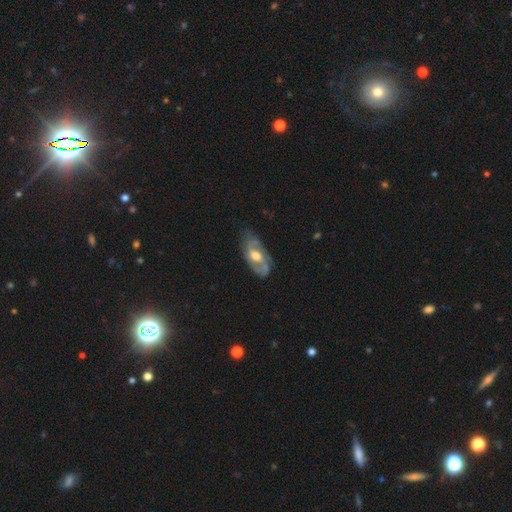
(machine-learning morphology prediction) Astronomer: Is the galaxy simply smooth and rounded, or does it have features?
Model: featured or disk — 74%.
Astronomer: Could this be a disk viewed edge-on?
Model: no — 90%.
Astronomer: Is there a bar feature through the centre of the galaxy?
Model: no — 52% (runner-up: weak, 38%).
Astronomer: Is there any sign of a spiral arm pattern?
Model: yes — 77%.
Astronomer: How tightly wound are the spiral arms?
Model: medium — 45% (runner-up: tight, 36%).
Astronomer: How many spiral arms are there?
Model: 2 — 61%.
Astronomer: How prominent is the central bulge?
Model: moderate — 67%.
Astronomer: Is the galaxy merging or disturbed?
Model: none — 67%.